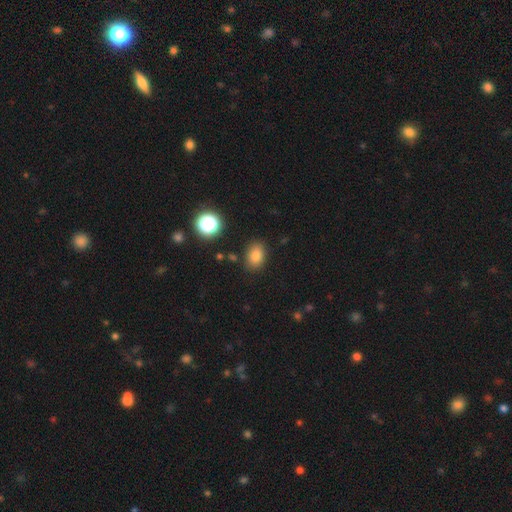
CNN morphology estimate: type=smooth (81%); roundness=in between (76%); merging=none (84%).